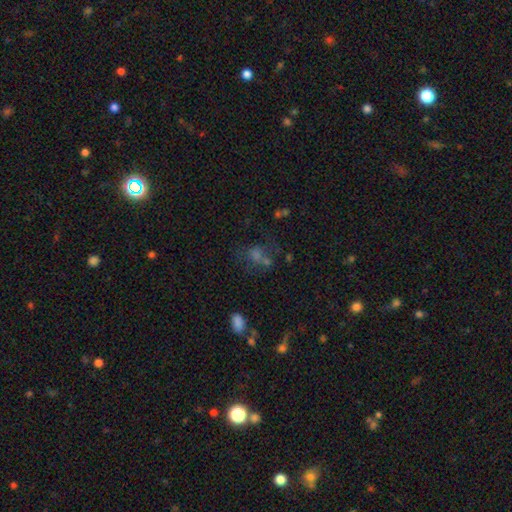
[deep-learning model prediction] Smooth or featured: smooth — 43% (star or artifact — 36%)
Merging: none — 47% (merger — 22%)